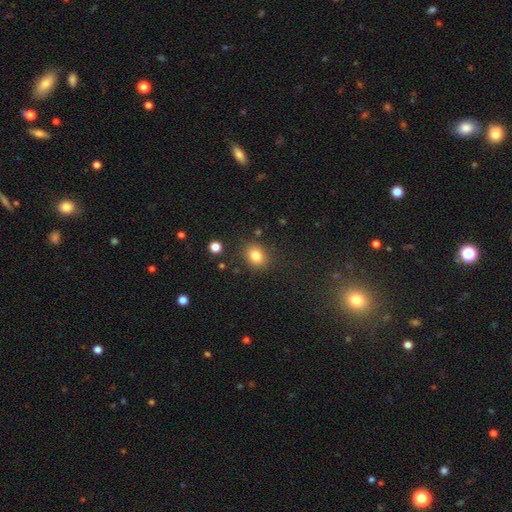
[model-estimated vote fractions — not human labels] Q: Smooth or featured?
A: smooth (82%); runner-up: star or artifact (11%)
Q: How rounded?
A: round (59%); runner-up: in between (40%)
Q: Merging?
A: none (82%); runner-up: minor disturbance (11%)